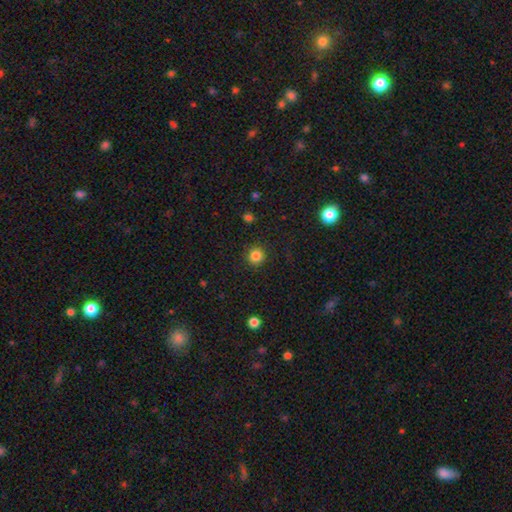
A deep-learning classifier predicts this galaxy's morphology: Smooth or featured? Predicted: smooth (p=0.84). How rounded? Predicted: round (p=0.93). Merging? Predicted: none (p=0.91).